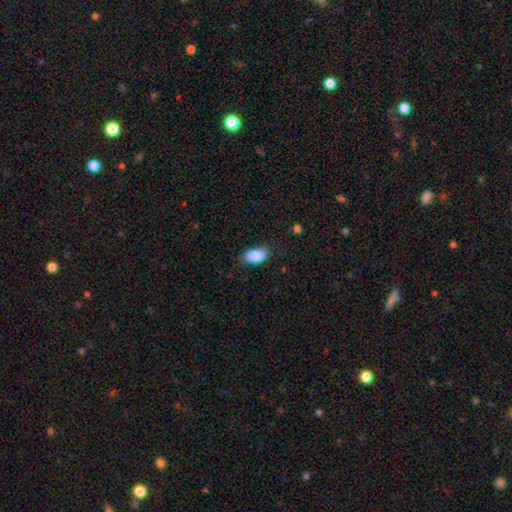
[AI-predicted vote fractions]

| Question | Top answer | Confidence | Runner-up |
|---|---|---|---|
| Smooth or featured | smooth | 88% | star or artifact (7%) |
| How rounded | in between | 93% | round (4%) |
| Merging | none | 75% | minor disturbance (20%) |